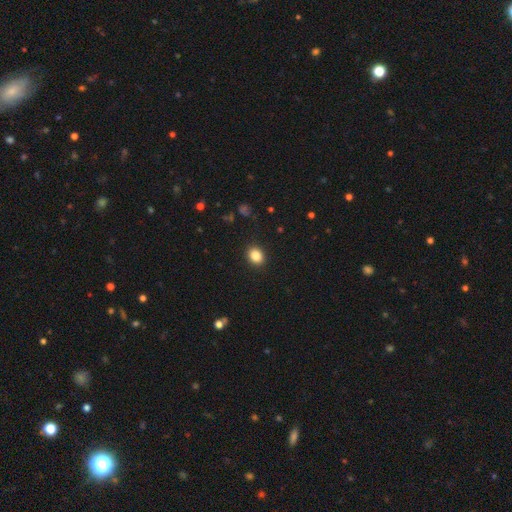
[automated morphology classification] Smooth or featured?
  - smooth: 85% *
  - star or artifact: 10%
  - featured or disk: 5%
How rounded?
  - round: 53% *
  - in between: 46%
  - cigar-shaped: 1%
Merging?
  - none: 90% *
  - minor disturbance: 7%
  - major disturbance: 2%
  - merger: 1%